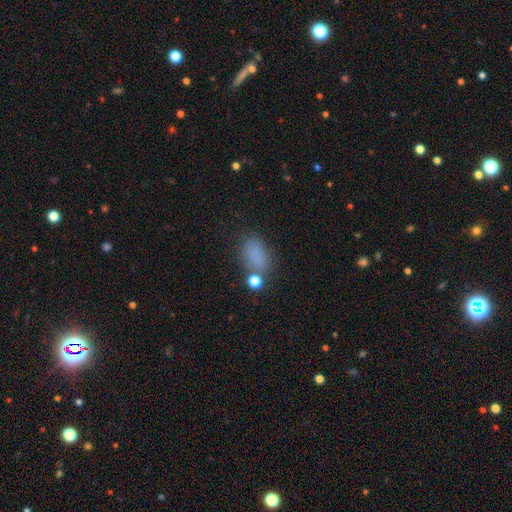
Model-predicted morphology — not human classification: This appears to be a smooth galaxy with no disk features (77%) that is in between round and cigar-shaped (83%). Merging: none (65%).